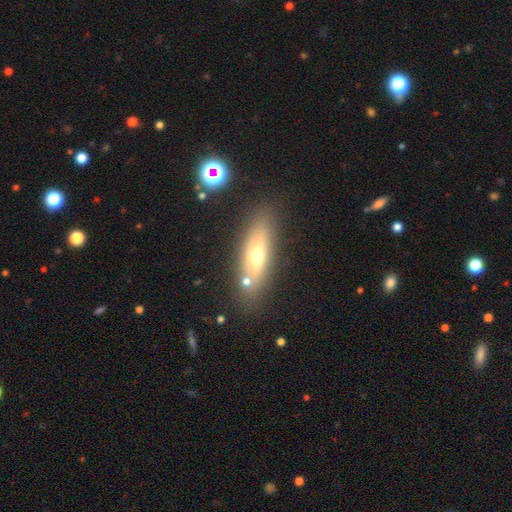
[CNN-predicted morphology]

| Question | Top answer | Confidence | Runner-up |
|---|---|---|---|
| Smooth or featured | smooth | 54% | featured or disk (34%) |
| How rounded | cigar-shaped | 51% | in between (45%) |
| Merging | none | 75% | minor disturbance (12%) |